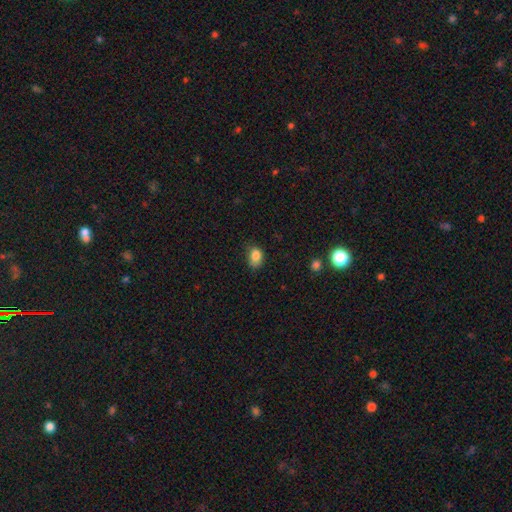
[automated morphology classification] Smooth or featured? smooth (84%)
How rounded? in between (65%)
Merging? none (62%)